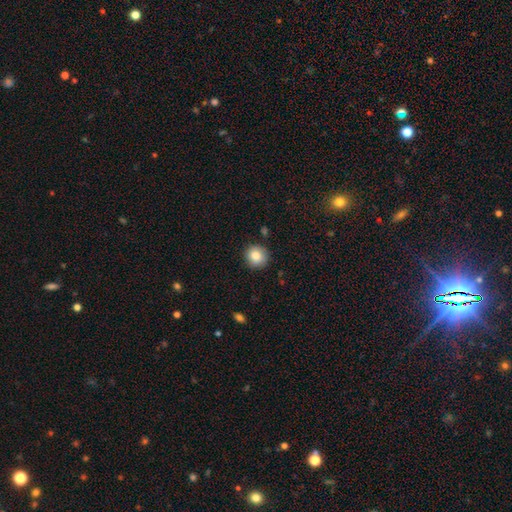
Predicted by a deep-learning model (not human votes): Smooth or featured? smooth (85%)
How rounded? round (93%)
Merging? none (89%)